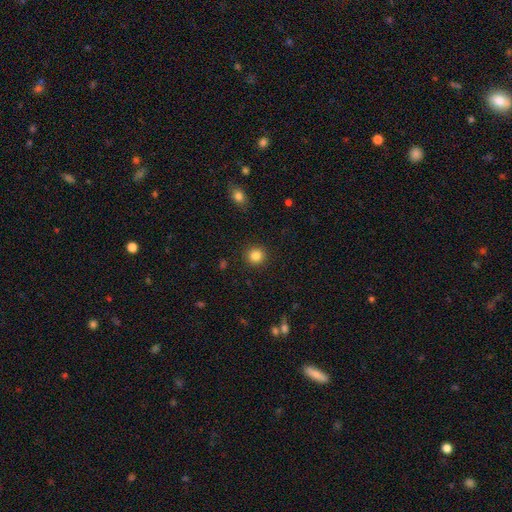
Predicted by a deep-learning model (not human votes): Smooth or featured? Predicted: smooth (p=0.85). How rounded? Predicted: round (p=0.92). Merging? Predicted: none (p=0.92).